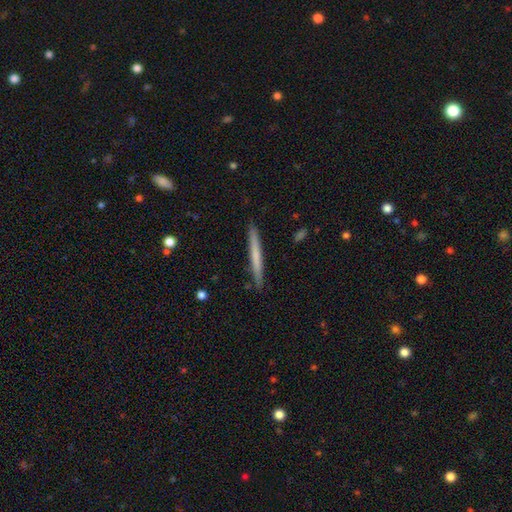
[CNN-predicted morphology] A smooth galaxy with no disk features (60%) that is cigar-shaped (97%). Merging: none (90%).